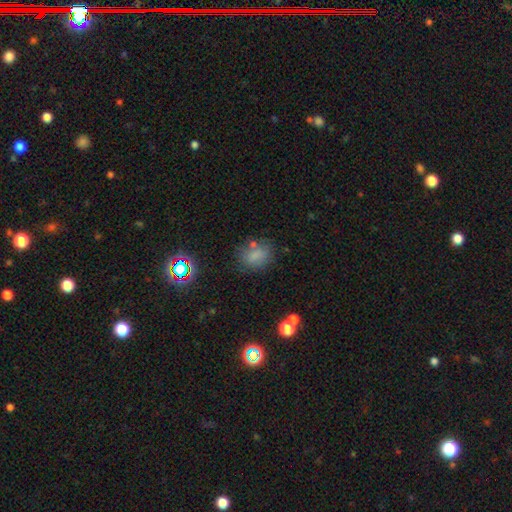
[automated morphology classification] Smooth or featured?
  - smooth: 73% *
  - star or artifact: 16%
  - featured or disk: 10%
How rounded?
  - in between: 61% *
  - round: 37%
  - cigar-shaped: 2%
Merging?
  - none: 67% *
  - minor disturbance: 18%
  - merger: 8%
  - major disturbance: 7%